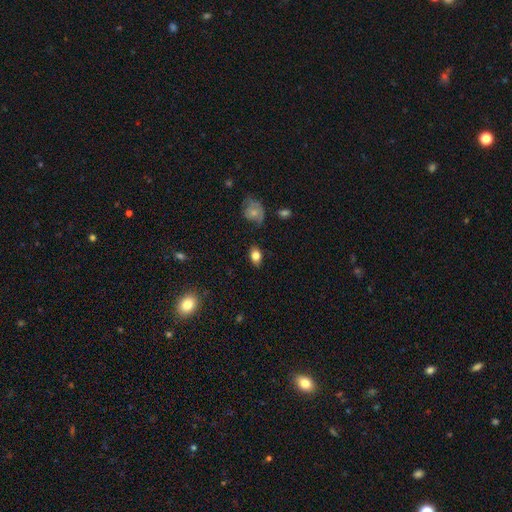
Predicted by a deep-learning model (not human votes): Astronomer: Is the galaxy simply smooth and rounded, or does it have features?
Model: smooth — 81%.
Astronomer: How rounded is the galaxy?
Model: in between — 77%.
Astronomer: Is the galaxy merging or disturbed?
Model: none — 80%.